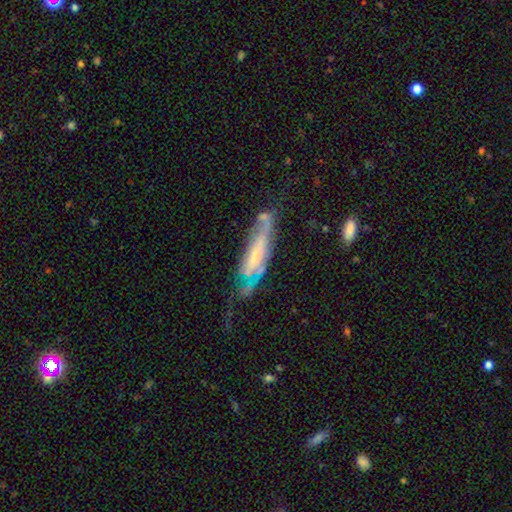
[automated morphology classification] The model was most divided on "edge-on disk": no: 55%, yes: 45%. Remaining: smooth or featured — featured or disk (67%); merging — none (39%).